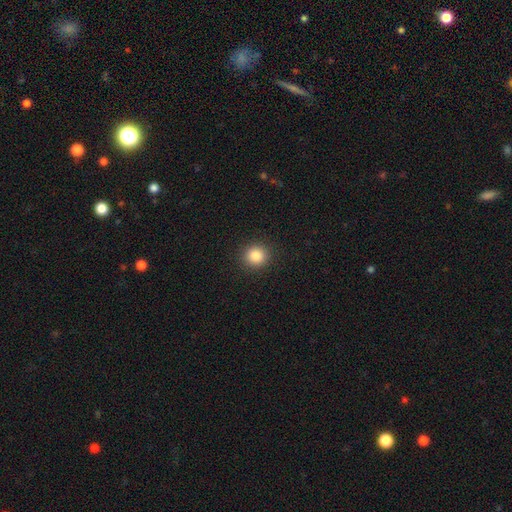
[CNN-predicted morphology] Smooth or featured: smooth — 85% (star or artifact — 11%)
How rounded: round — 90% (in between — 9%)
Merging: none — 92% (minor disturbance — 5%)